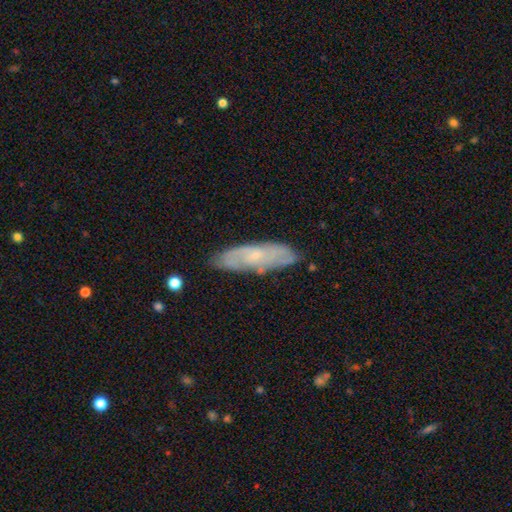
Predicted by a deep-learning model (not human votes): Smooth or featured?
  - featured or disk: 54% *
  - smooth: 38%
  - star or artifact: 7%
Edge-on disk?
  - no: 75% *
  - yes: 25%
Merging?
  - none: 78% *
  - minor disturbance: 17%
  - major disturbance: 3%
  - merger: 2%